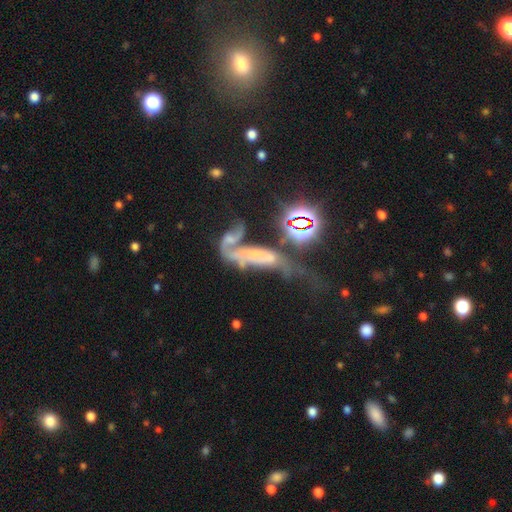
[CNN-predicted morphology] Smooth or featured: featured or disk — 44% (star or artifact — 29%)
Merging: merger — 50% (major disturbance — 27%)